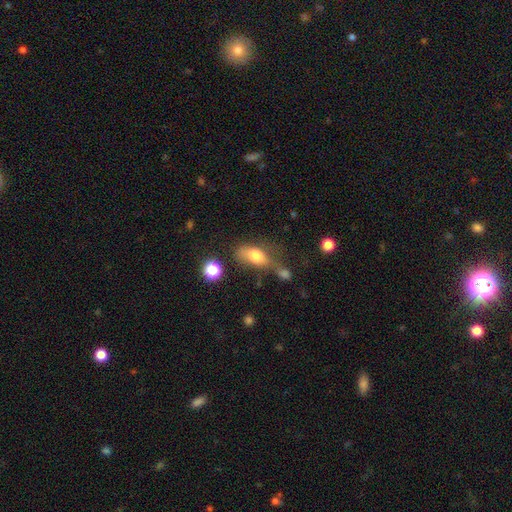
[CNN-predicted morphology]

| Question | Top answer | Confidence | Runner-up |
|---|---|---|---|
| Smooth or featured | smooth | 74% | featured or disk (17%) |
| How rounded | in between | 84% | round (10%) |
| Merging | none | 31% | minor disturbance (24%) |